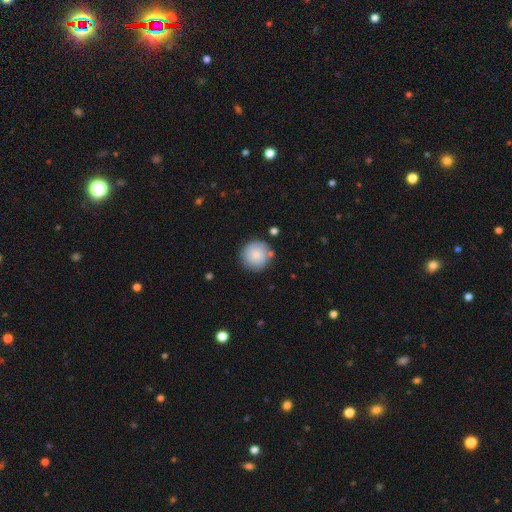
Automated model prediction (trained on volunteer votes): This appears to be a smooth galaxy with no disk features (82%) that is round (95%). Merging: none (80%).